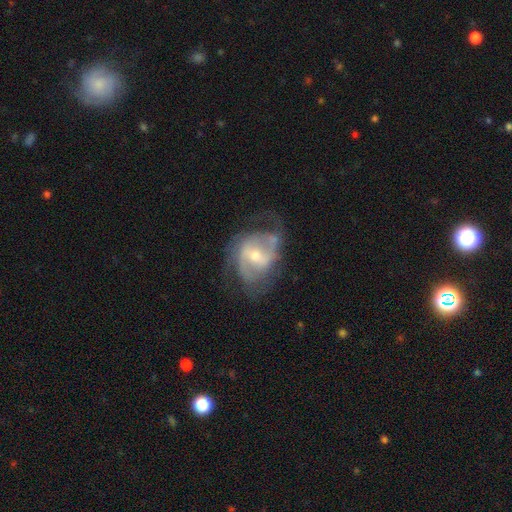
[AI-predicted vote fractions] Smooth or featured?
  - featured or disk: 81% *
  - smooth: 12%
  - star or artifact: 6%
Edge-on disk?
  - no: 97% *
  - yes: 3%
Bar?
  - weak: 49% *
  - strong: 26%
  - no: 25%
Spiral arms?
  - yes: 87% *
  - no: 13%
Spiral winding?
  - medium: 48% *
  - loose: 29%
  - tight: 24%
Spiral arm count?
  - 2: 65% *
  - can't tell: 18%
  - 3: 8%
  - 1: 5%
  - 4: 2%
  - more than 4: 2%
Bulge size?
  - moderate: 49% *
  - small: 46%
  - large: 3%
  - none: 1%
  - dominant: 1%
Merging?
  - none: 52% *
  - minor disturbance: 23%
  - major disturbance: 22%
  - merger: 3%